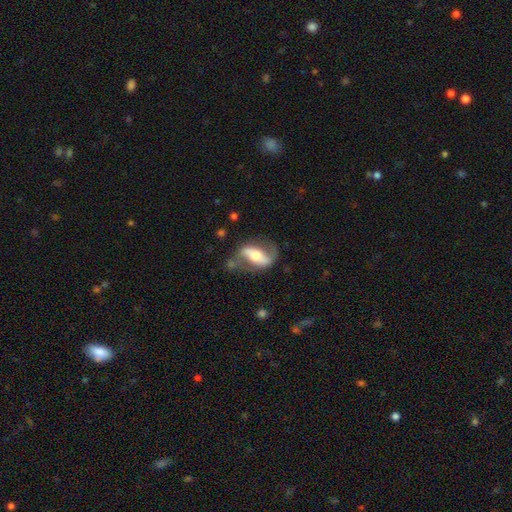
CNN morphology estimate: smooth-or-featured: featured or disk: 73% | smooth: 21% | star or artifact: 6%
  disk-edge-on: no: 87% | yes: 13%
    bar: strong: 54% | weak: 24% | no: 22%
    has-spiral-arms: yes: 79% | no: 21%
      spiral-winding: loose: 57% | medium: 31% | tight: 11%
      spiral-arm-count: 2: 86% | 1: 6% | can't tell: 5% | 3: 1% | 4: 1% | more than 4: 1%
    bulge-size: moderate: 59% | large: 18% | small: 18% | dominant: 3% | none: 2%
  merging: none: 59% | minor disturbance: 21% | major disturbance: 16% | merger: 5%